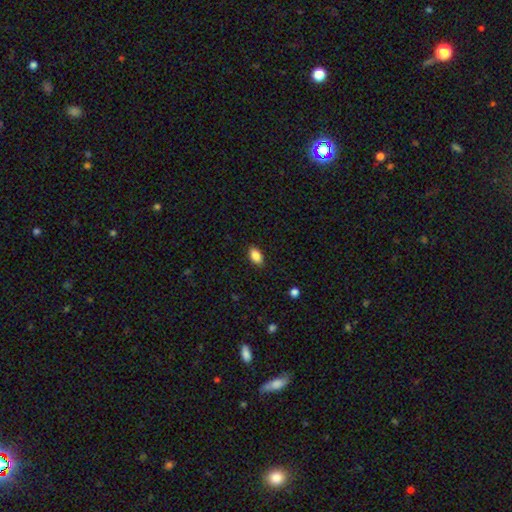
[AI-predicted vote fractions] Smooth or featured?
  - smooth: 87% *
  - star or artifact: 8%
  - featured or disk: 5%
How rounded?
  - in between: 92% *
  - round: 5%
  - cigar-shaped: 3%
Merging?
  - none: 88% *
  - minor disturbance: 9%
  - major disturbance: 2%
  - merger: 1%